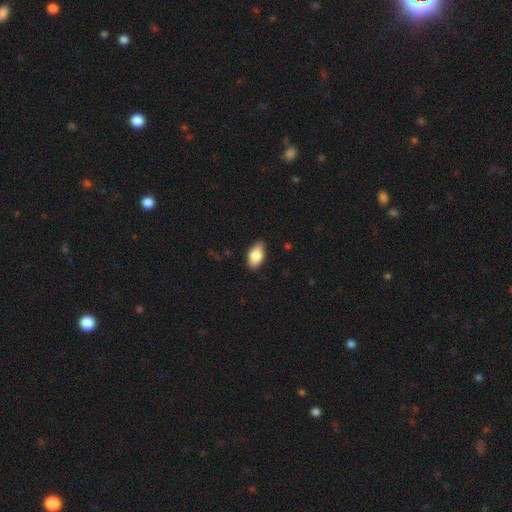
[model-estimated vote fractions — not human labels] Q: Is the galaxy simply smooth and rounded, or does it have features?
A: smooth — 83%.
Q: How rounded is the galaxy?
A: in between — 93%.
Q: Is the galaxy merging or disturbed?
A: none — 78%.